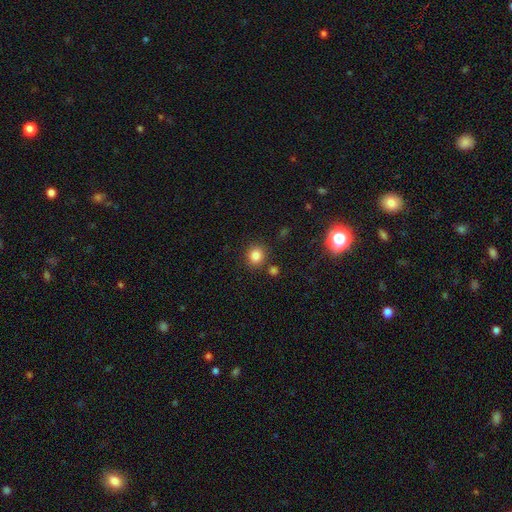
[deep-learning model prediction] smooth 83%, star or artifact 12%, featured or disk 5%. Down the decision tree: how rounded — round (87%); merging — none (83%).